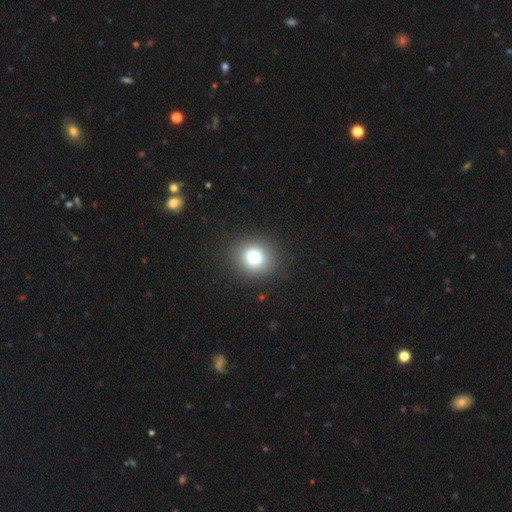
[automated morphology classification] type=smooth (78%); roundness=round (84%); merging=none (89%).